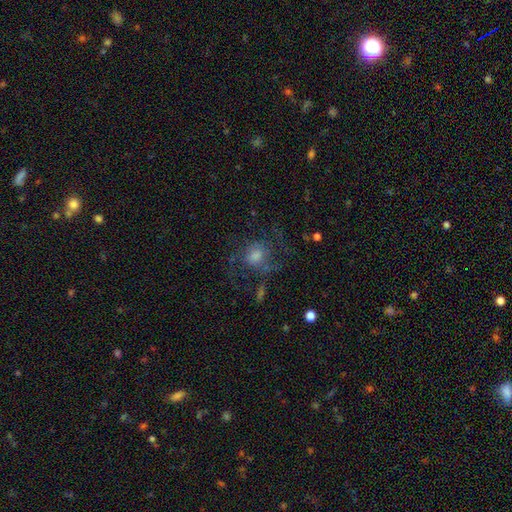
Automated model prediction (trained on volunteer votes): Overall: featured or disk (47%; smooth 35%). Merging: none (53%; major disturbance 26%).